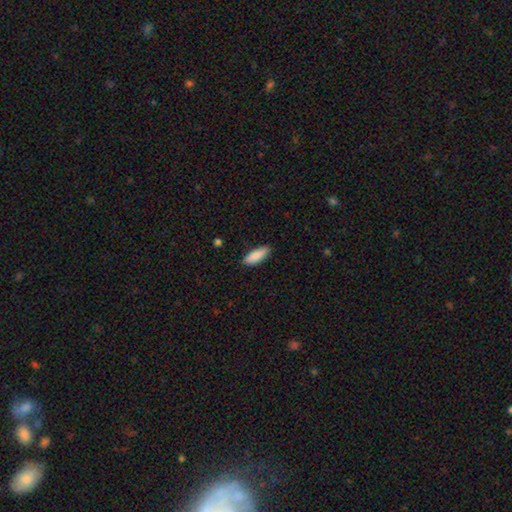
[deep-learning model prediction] Morphology: type=smooth (89%); roundness=in between (67%); merging=none (86%).